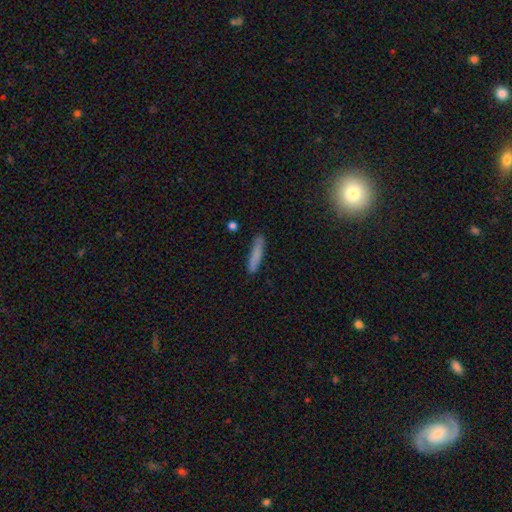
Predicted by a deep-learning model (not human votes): Smooth or featured?
  - smooth: 79% *
  - featured or disk: 14%
  - star or artifact: 8%
How rounded?
  - cigar-shaped: 89% *
  - in between: 9%
  - round: 2%
Merging?
  - none: 82% *
  - minor disturbance: 13%
  - major disturbance: 3%
  - merger: 2%